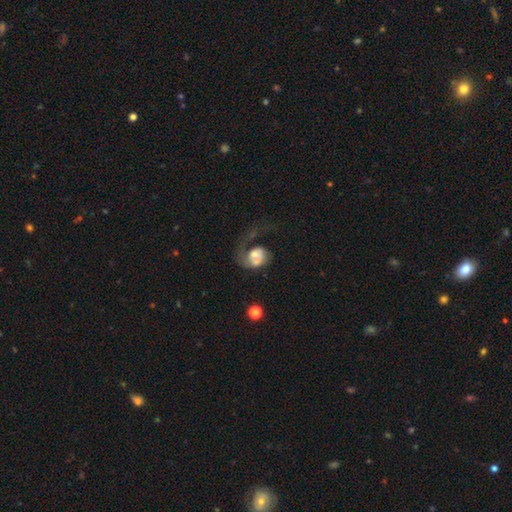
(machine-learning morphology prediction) smooth-or-featured: featured or disk: 58% | smooth: 35% | star or artifact: 7%
  disk-edge-on: no: 98% | yes: 2%
    bar: no: 77% | weak: 19% | strong: 4%
    has-spiral-arms: yes: 71% | no: 29%
    bulge-size: moderate: 49% | small: 24% | large: 16% | none: 7% | dominant: 4%
  merging: major disturbance: 48% | none: 23% | merger: 17% | minor disturbance: 12%